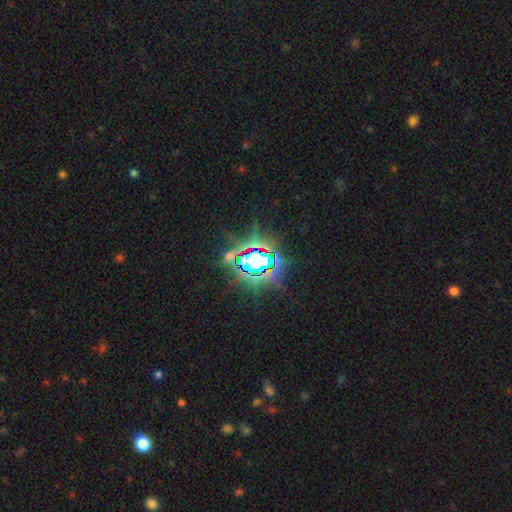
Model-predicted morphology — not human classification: Smooth or featured? Predicted: star or artifact (p=0.83).